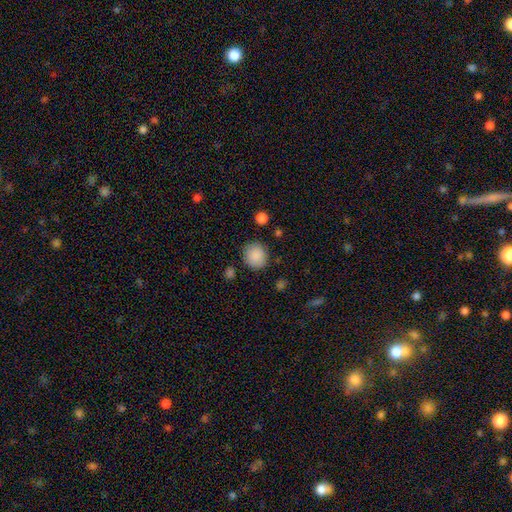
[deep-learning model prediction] smooth-or-featured: smooth: 88% | star or artifact: 8% | featured or disk: 4%
  how-rounded: round: 87% | in between: 12% | cigar-shaped: 1%
  merging: none: 86% | minor disturbance: 9% | major disturbance: 3% | merger: 2%